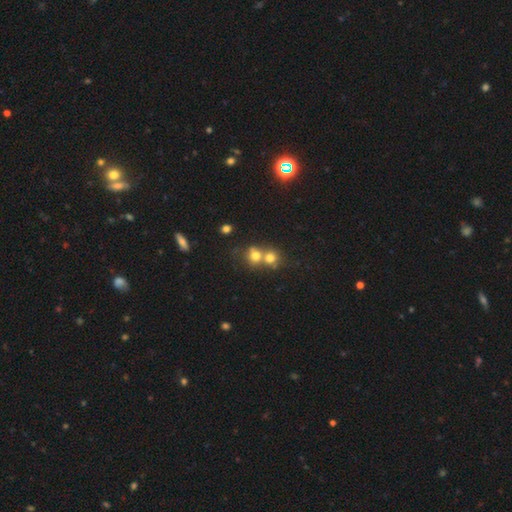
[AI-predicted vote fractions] Smooth or featured: smooth — 73% (star or artifact — 14%)
How rounded: round — 78% (in between — 21%)
Merging: merger — 60% (none — 31%)